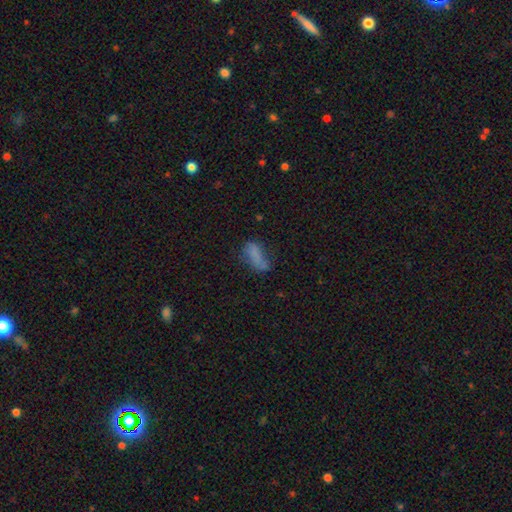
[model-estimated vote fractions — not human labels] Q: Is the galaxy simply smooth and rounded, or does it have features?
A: smooth — 68%.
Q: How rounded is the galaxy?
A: in between — 73%.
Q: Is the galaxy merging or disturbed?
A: none — 40%.